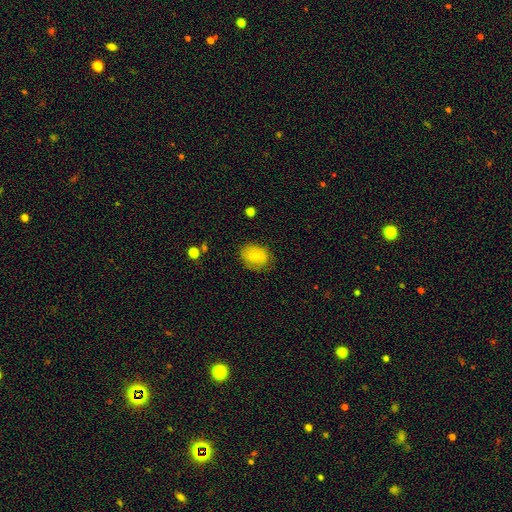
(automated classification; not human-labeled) Morphology: type=smooth (74%); roundness=in between (57%); merging=none (74%).